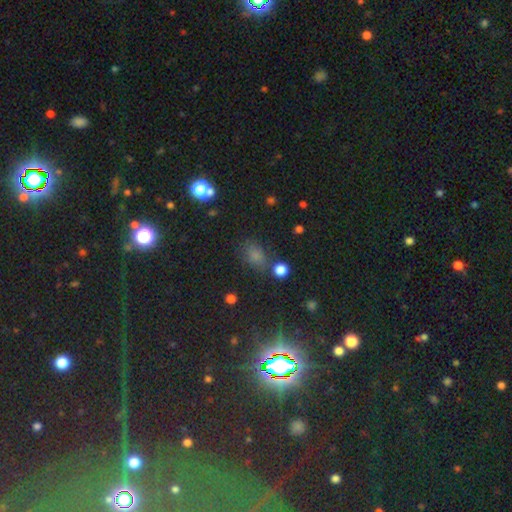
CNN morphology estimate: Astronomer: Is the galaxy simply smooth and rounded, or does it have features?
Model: smooth — 60%.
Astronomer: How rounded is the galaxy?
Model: in between — 69%.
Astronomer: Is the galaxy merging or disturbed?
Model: none — 71%.